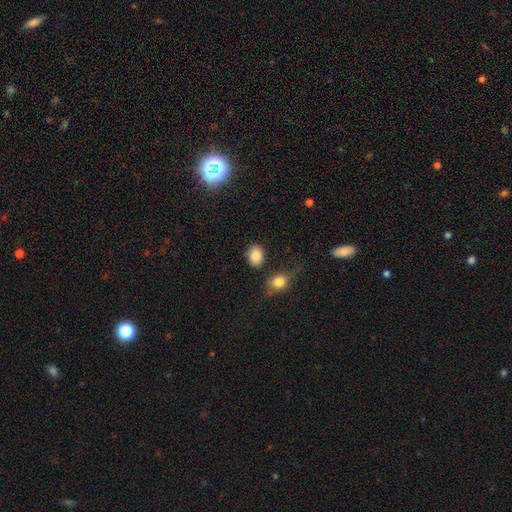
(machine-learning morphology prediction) Overall: smooth (86%). How rounded: in between (63%; round 36%). Merging: none (76%).